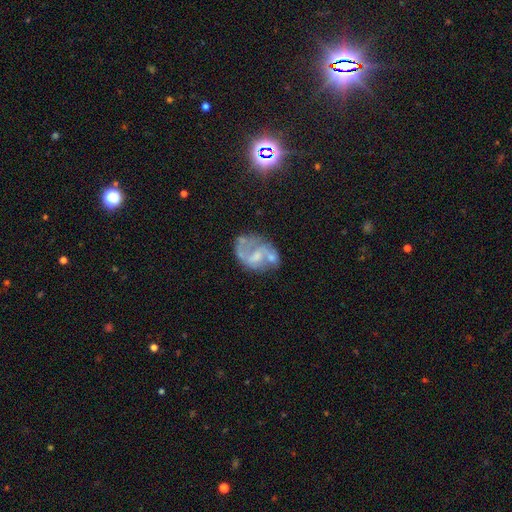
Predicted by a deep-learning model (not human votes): Overall: featured or disk (68%). Edge-on disk: no (98%). Bar: no (52%; weak 38%). Spiral arms: yes (57%; no 43%). Bulge size: small (33%; moderate 31%). Merging: none (35%; merger 22%).